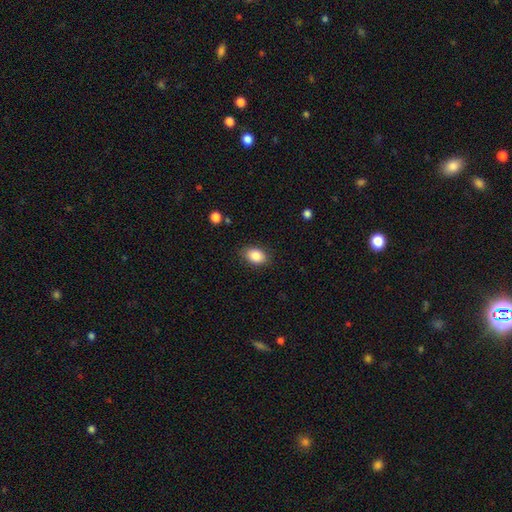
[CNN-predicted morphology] Q: Smooth or featured?
A: smooth (86%); runner-up: star or artifact (8%)
Q: How rounded?
A: in between (83%); runner-up: round (16%)
Q: Merging?
A: none (84%); runner-up: minor disturbance (12%)